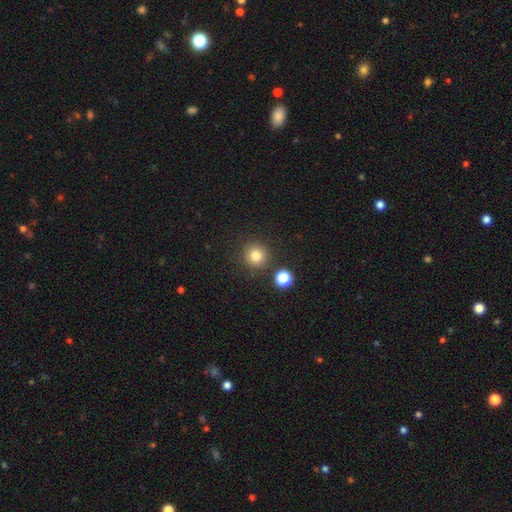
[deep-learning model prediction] A smooth galaxy with no disk features (81%) that is round (94%). Merging: none (86%).